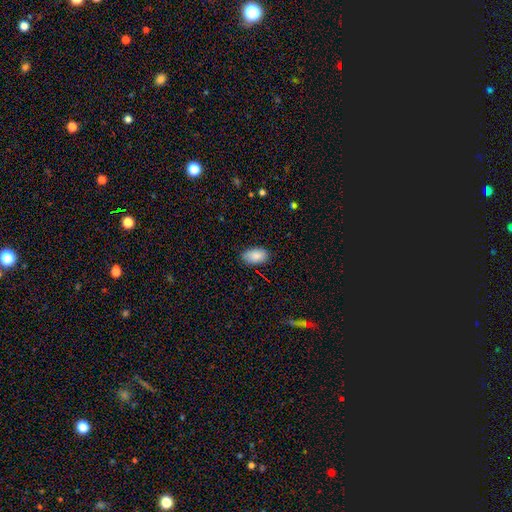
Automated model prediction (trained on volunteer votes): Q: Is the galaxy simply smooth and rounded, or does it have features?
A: smooth — 88%.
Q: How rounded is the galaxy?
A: in between — 92%.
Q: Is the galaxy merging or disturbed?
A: none — 83%.